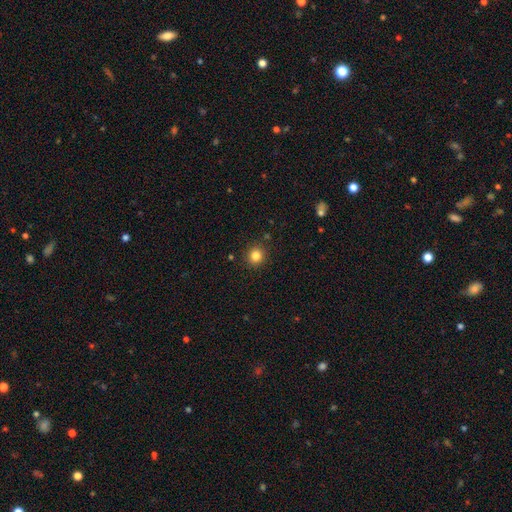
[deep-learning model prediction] Smooth or featured?
  - smooth: 83% *
  - star or artifact: 12%
  - featured or disk: 5%
How rounded?
  - round: 89% *
  - in between: 10%
  - cigar-shaped: 1%
Merging?
  - none: 90% *
  - minor disturbance: 6%
  - major disturbance: 2%
  - merger: 1%